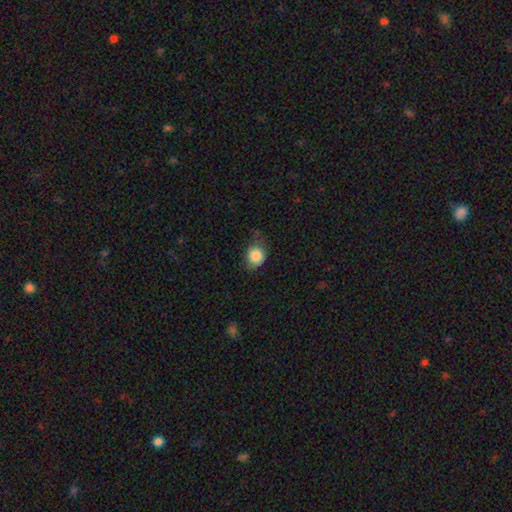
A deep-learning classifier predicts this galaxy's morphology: Smooth or featured?
  - smooth: 84% *
  - star or artifact: 8%
  - featured or disk: 8%
How rounded?
  - round: 62% *
  - in between: 37%
  - cigar-shaped: 1%
Merging?
  - none: 46% *
  - minor disturbance: 38%
  - major disturbance: 15%
  - merger: 2%